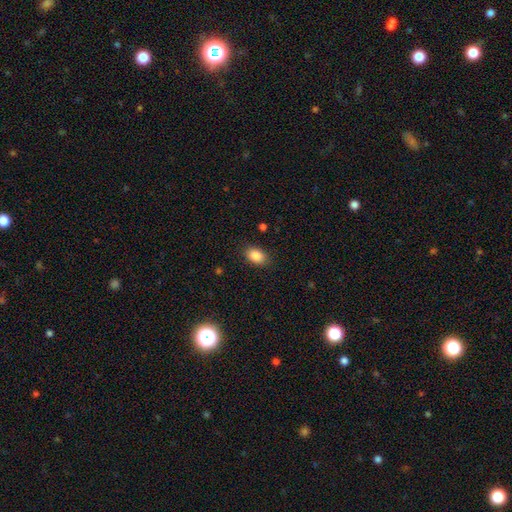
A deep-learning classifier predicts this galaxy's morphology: A smooth galaxy with no disk features (87%) that is in between round and cigar-shaped (85%).

Vote fractions:
- Smooth or featured? smooth: 87% / star or artifact: 8% / featured or disk: 5%
- How rounded? in between: 85% / round: 14% / cigar-shaped: 1%
- Merging? none: 87% / minor disturbance: 10% / major disturbance: 3% / merger: 1%